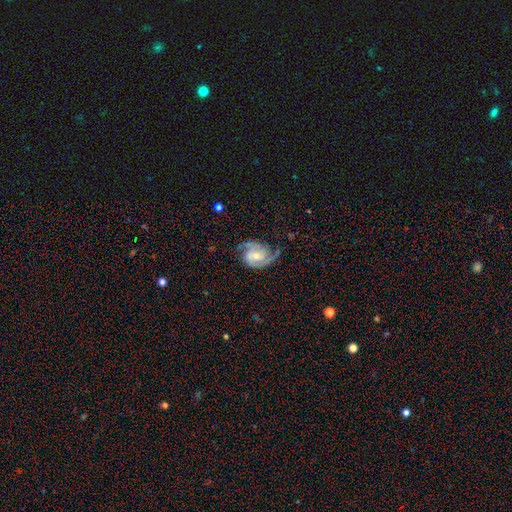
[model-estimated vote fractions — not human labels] Morphology: type=featured or disk (85%); edge-on=no (97%); bar=no (50%); spiral arms=yes (96%); winding=medium (47%); arm count=2 (79%); bulge=moderate (50%); merging=none (65%).